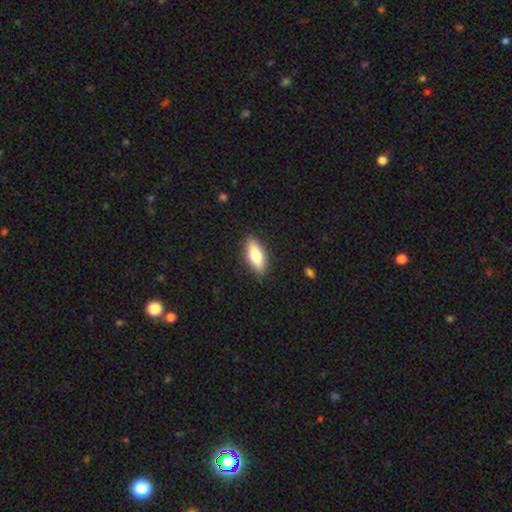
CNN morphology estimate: smooth_or_featured: smooth (p=0.73) [alt: featured or disk p=0.21]
how_rounded: in between (p=0.71) [alt: cigar-shaped p=0.27]
merging: none (p=0.88) [alt: minor disturbance p=0.09]